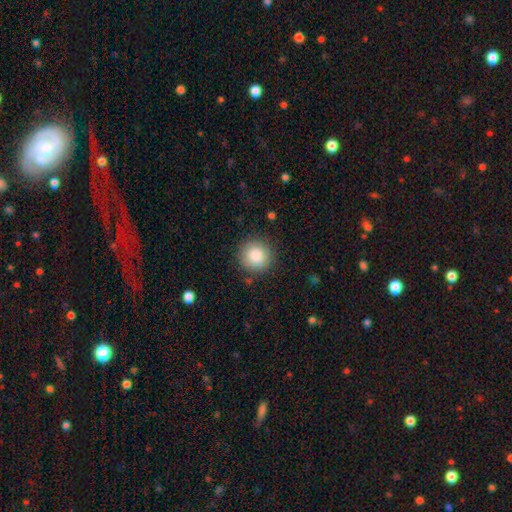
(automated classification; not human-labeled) This is clearly a smooth galaxy (86%). How rounded: clearly round (94%). Merging: clearly none (88%).